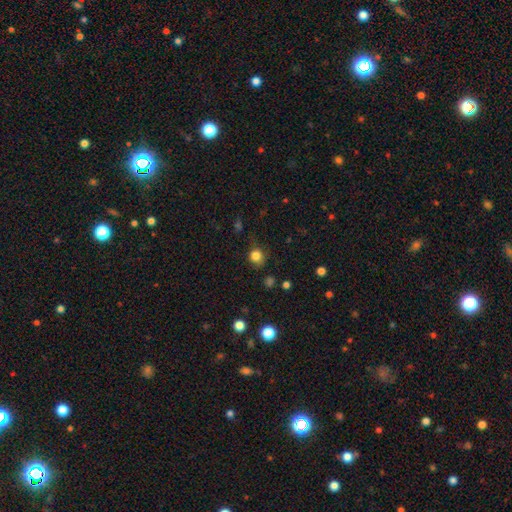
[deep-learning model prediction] Morphology: type=smooth (82%); roundness=round (84%); merging=none (76%).